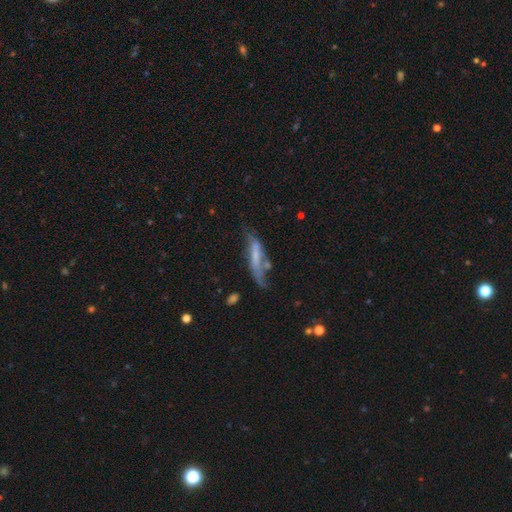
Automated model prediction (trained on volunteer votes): A featured or disk galaxy (51%).

Vote fractions:
- Smooth or featured? featured or disk: 51% / smooth: 41% / star or artifact: 9%
- Edge-on disk? no: 58% / yes: 42%
- Merging? none: 33% / minor disturbance: 28% / major disturbance: 26% / merger: 12%